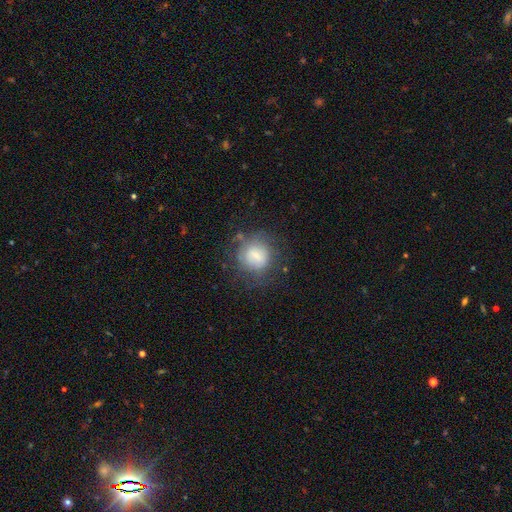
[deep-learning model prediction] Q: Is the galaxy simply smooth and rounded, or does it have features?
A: smooth — 64%.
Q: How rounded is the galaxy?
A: round — 82%.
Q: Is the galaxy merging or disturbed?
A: none — 58%.